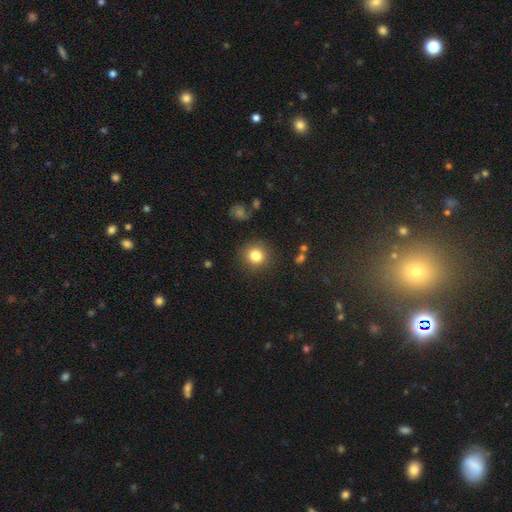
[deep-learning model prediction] smooth_or_featured: smooth (p=0.82) [alt: star or artifact p=0.11]
how_rounded: round (p=0.91) [alt: in between p=0.08]
merging: none (p=0.88) [alt: minor disturbance p=0.07]